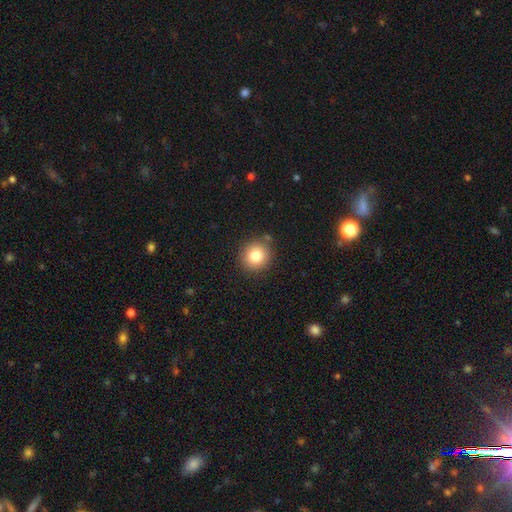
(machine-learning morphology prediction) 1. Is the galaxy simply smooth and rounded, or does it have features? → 81% smooth, 11% star or artifact, 8% featured or disk.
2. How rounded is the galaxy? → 90% round, 9% in between, 1% cigar-shaped.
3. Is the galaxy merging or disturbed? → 86% none, 8% minor disturbance, 3% merger, 2% major disturbance.